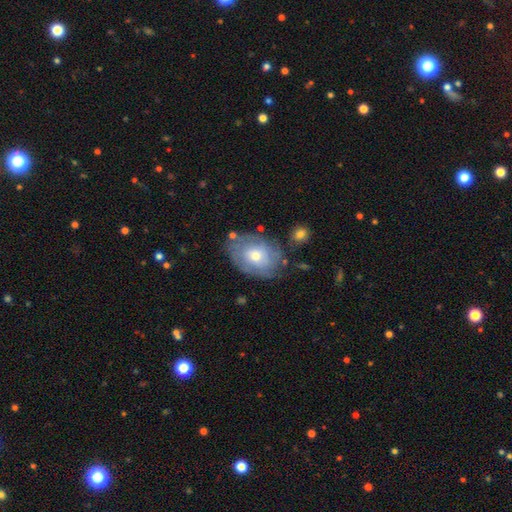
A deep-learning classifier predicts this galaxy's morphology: Smooth or featured? Predicted: smooth (p=0.47). Merging? Predicted: none (p=0.66).